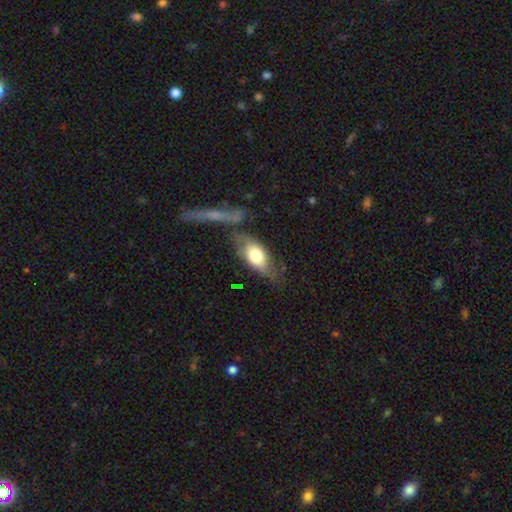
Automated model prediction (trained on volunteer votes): The model was most divided on "merging": none: 52%, minor disturbance: 22%, merger: 13%, major disturbance: 12%. More confident: how rounded — in between (83%); smooth or featured — smooth (64%).